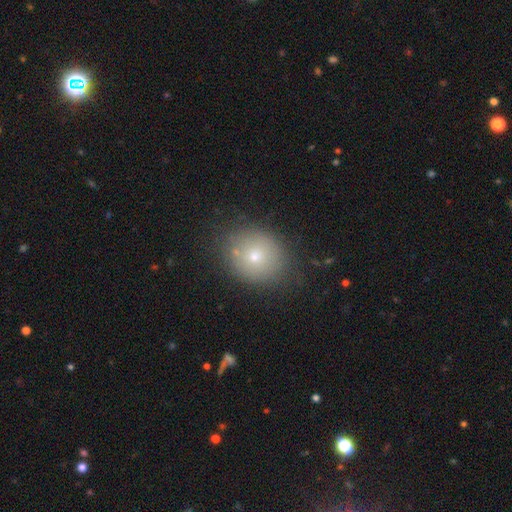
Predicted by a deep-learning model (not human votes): Overall: smooth (69%). How rounded: round (71%). Merging: none (80%).